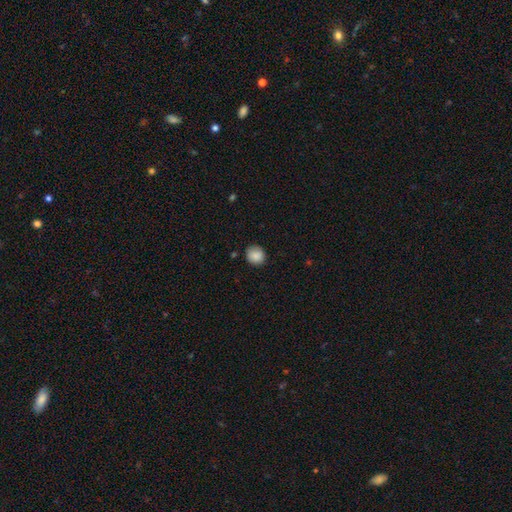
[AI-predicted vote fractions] Smooth or featured? smooth (88%)
How rounded? round (82%)
Merging? none (84%)